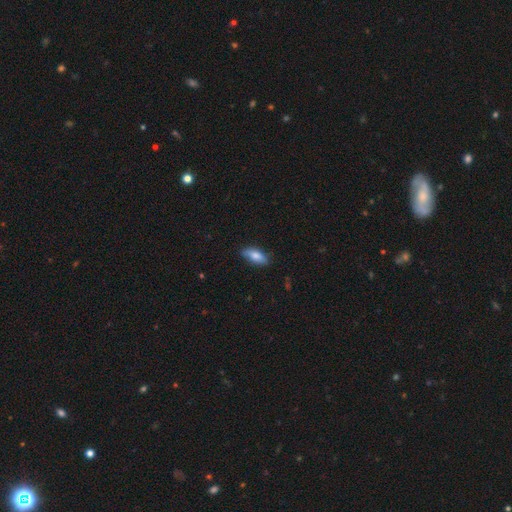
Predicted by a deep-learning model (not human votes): Smooth or featured: smooth — 78% (featured or disk — 16%)
How rounded: in between — 80% (cigar-shaped — 17%)
Merging: none — 79% (minor disturbance — 17%)